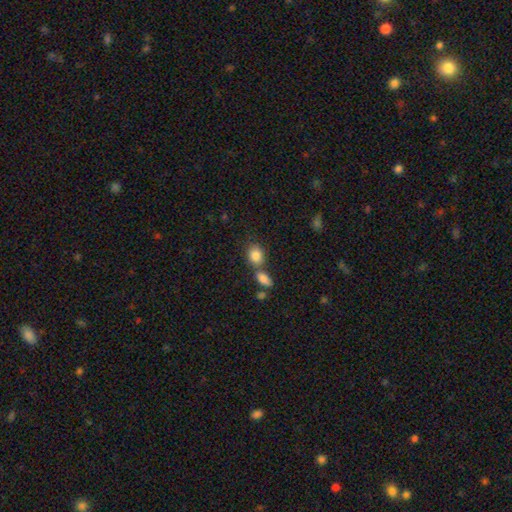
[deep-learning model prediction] smooth 85%, star or artifact 9%, featured or disk 7%. Down the decision tree: how rounded — in between (58%); merging — none (51%).